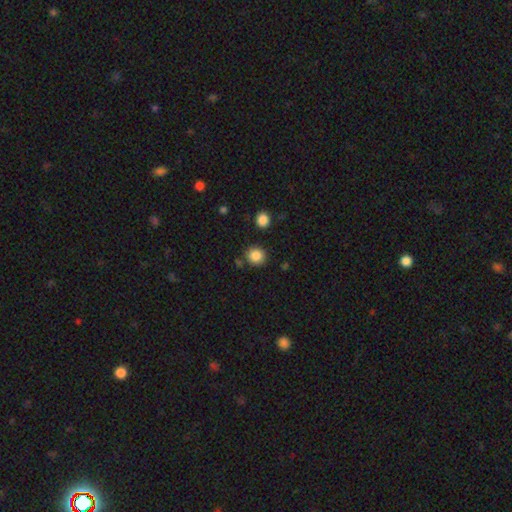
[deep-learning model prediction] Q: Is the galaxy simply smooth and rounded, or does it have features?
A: smooth — 86%.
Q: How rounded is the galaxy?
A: round — 90%.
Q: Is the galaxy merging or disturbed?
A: none — 85%.